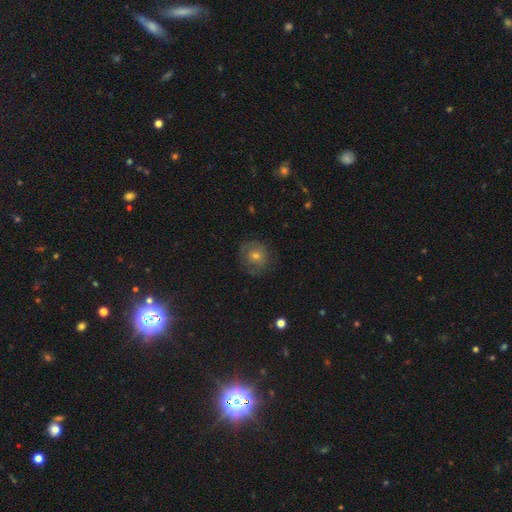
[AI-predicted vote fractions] Smooth or featured?
  - smooth: 64% *
  - featured or disk: 27%
  - star or artifact: 10%
How rounded?
  - round: 83% *
  - in between: 16%
  - cigar-shaped: 1%
Merging?
  - none: 74% *
  - minor disturbance: 17%
  - major disturbance: 7%
  - merger: 1%